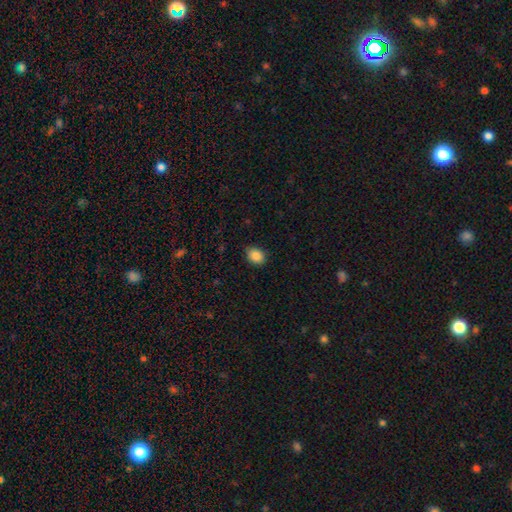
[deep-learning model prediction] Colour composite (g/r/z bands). It shows a smooth galaxy with no disk features (88%) that is in between round and cigar-shaped (61%). Merging: none (85%).